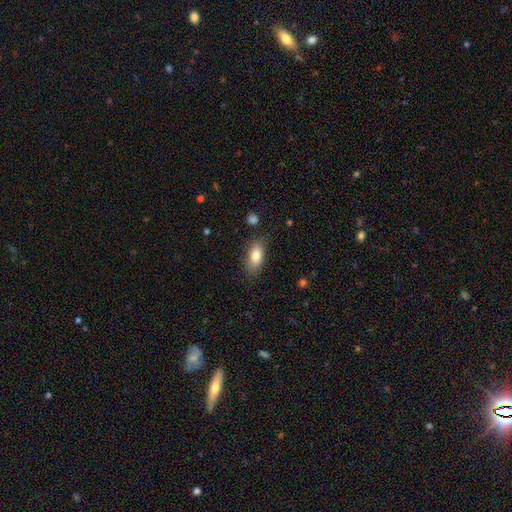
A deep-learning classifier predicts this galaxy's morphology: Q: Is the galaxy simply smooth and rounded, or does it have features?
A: smooth — 79%.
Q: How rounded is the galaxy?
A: in between — 87%.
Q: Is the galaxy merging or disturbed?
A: none — 79%.